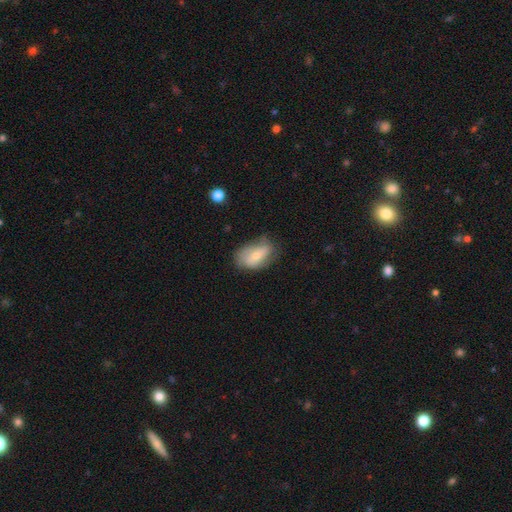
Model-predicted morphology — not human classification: This is possibly a smooth galaxy (59%). How rounded: clearly in between (88%). Merging: possibly none (58%).